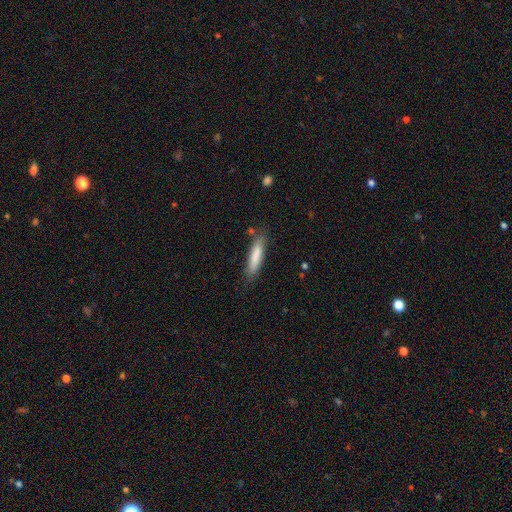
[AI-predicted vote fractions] Overall: smooth (81%). How rounded: cigar-shaped (82%). Merging: none (78%).